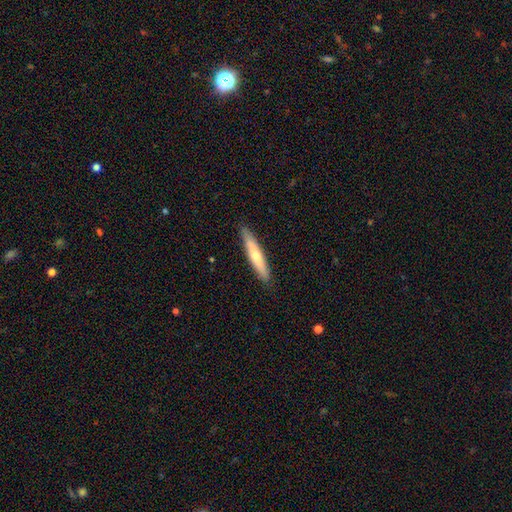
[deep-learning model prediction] Smooth or featured? Predicted: smooth (p=0.56). How rounded? Predicted: cigar-shaped (p=0.90). Merging? Predicted: none (p=0.88).